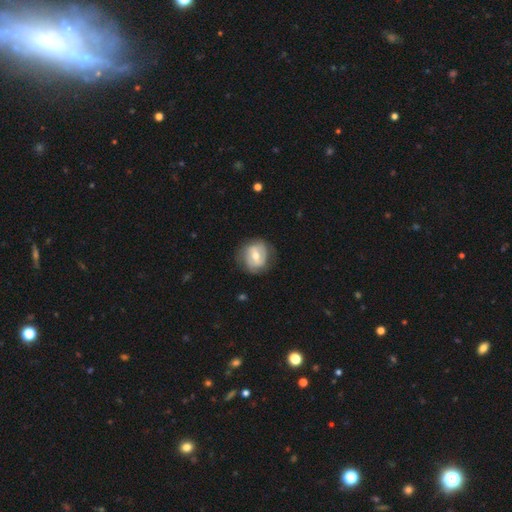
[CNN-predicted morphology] Smooth or featured: featured or disk — 62% (smooth — 32%)
Edge-on disk: no — 96% (yes — 4%)
Bar: weak — 46% (strong — 28%)
Spiral arms: yes — 66% (no — 34%)
Bulge size: moderate — 68% (small — 26%)
Merging: none — 73% (minor disturbance — 18%)